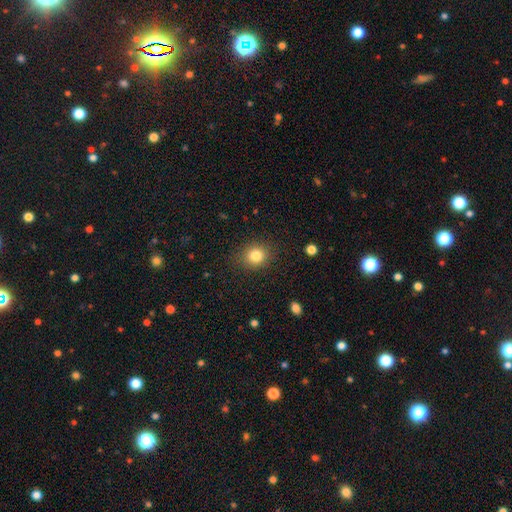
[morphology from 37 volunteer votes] type=smooth (86%); roundness=round (81%); merging=none (91%).